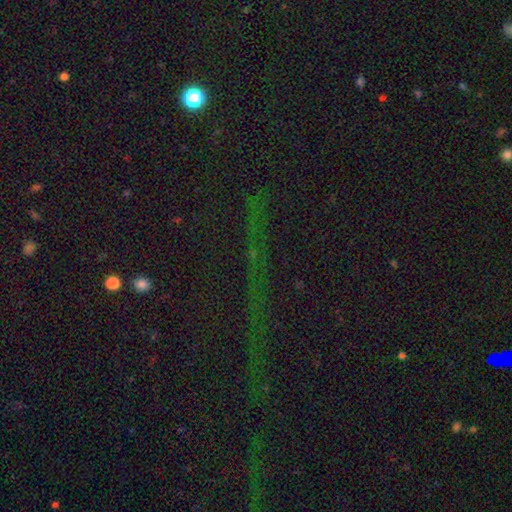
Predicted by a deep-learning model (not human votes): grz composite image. It shows a star or artifact, not a galaxy (77%).